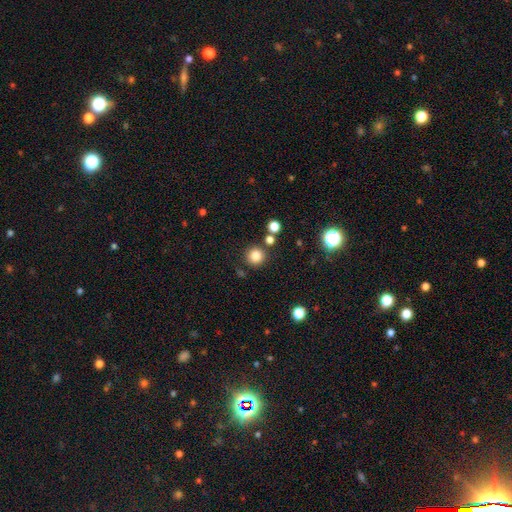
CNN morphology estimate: Smooth or featured? smooth (82%)
How rounded? round (94%)
Merging? none (84%)